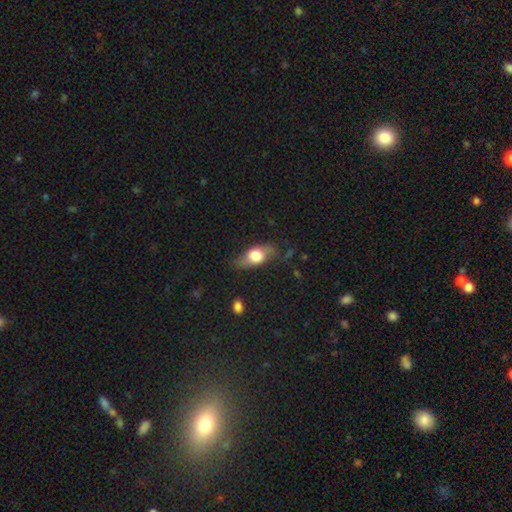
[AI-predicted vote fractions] Smooth or featured: smooth — 59% (featured or disk — 34%)
How rounded: in between — 74% (round — 13%)
Merging: none — 66% (minor disturbance — 24%)